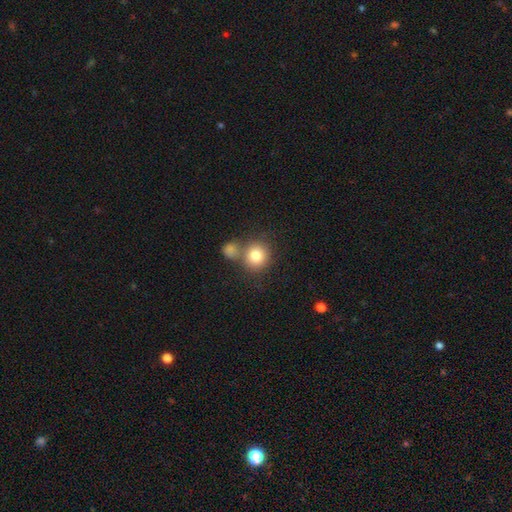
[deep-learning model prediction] A smooth galaxy with no disk features (82%) that is round (88%). Merging: none (55%).